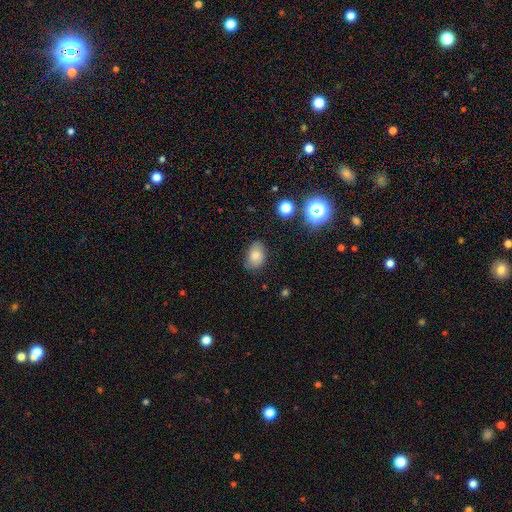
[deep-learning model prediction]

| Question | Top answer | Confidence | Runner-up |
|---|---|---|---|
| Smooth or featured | smooth | 79% | star or artifact (11%) |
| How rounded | in between | 80% | round (19%) |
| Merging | none | 74% | minor disturbance (20%) |